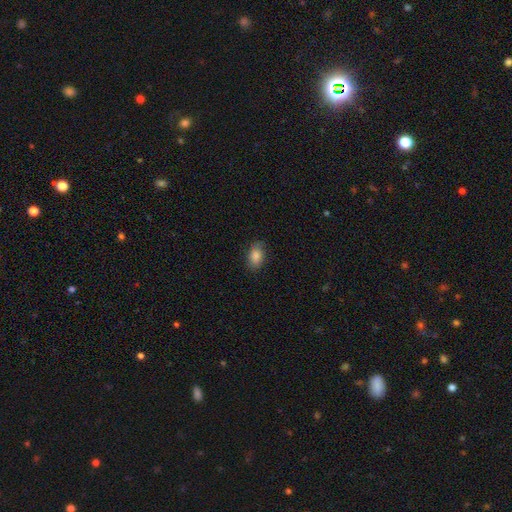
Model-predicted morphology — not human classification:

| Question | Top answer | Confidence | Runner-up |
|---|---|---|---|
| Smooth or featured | smooth | 84% | star or artifact (8%) |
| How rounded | in between | 86% | round (13%) |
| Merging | none | 79% | minor disturbance (16%) |